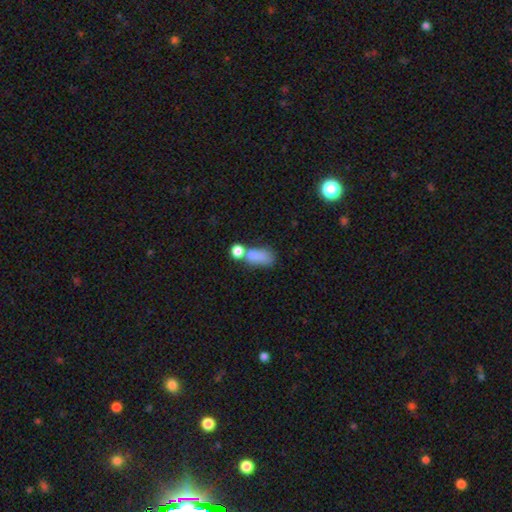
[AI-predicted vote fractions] Smooth or featured? smooth (74%)
How rounded? in between (76%)
Merging? merger (39%)